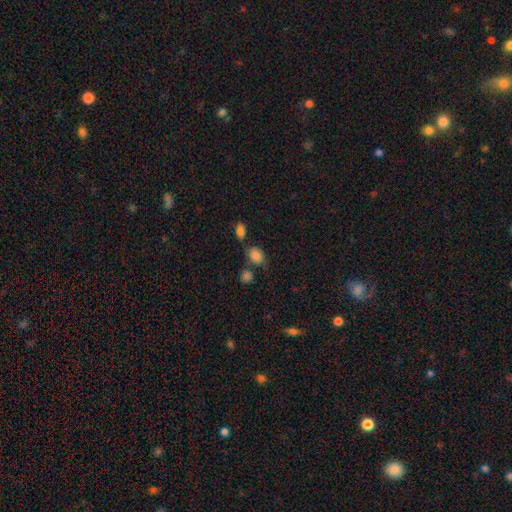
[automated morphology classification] The model was most divided on "merging": none: 55%, minor disturbance: 20%, merger: 18%, major disturbance: 7%. More confident: smooth or featured — smooth (83%); how rounded — in between (68%).